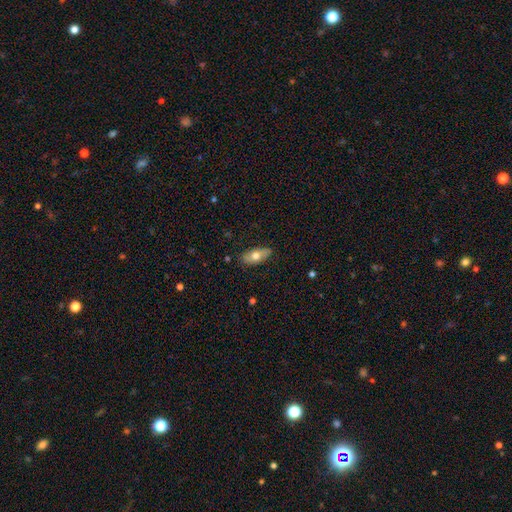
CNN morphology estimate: Q: Smooth or featured?
A: smooth (67%); runner-up: featured or disk (27%)
Q: How rounded?
A: in between (84%); runner-up: cigar-shaped (13%)
Q: Merging?
A: none (84%); runner-up: minor disturbance (12%)